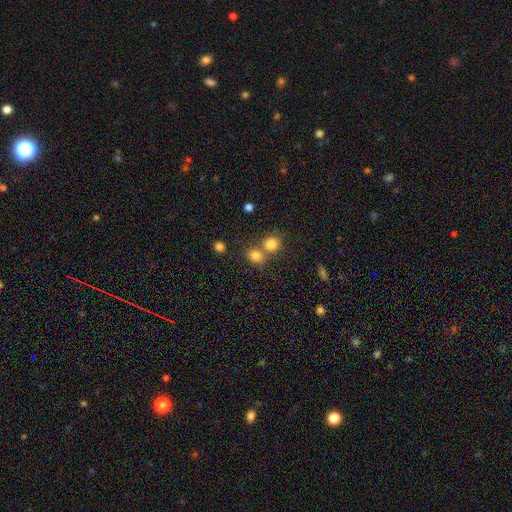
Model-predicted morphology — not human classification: Smooth or featured: smooth — 80% (star or artifact — 13%)
How rounded: round — 77% (in between — 22%)
Merging: none — 50% (merger — 39%)